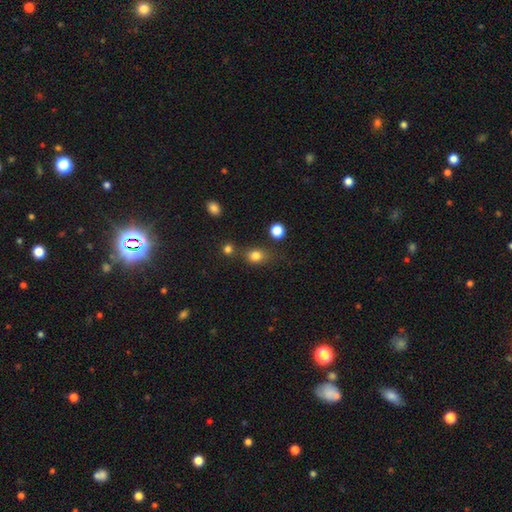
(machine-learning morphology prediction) Overall: smooth (80%). How rounded: round (59%; in between 40%). Merging: none (63%).